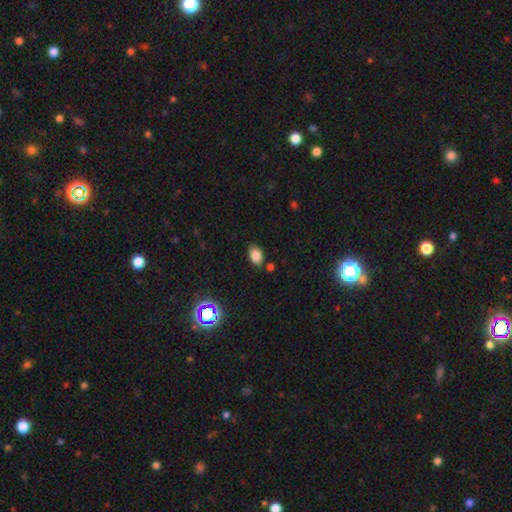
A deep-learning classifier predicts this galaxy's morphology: Smooth or featured: smooth — 81% (star or artifact — 12%)
How rounded: in between — 87% (round — 12%)
Merging: none — 81% (minor disturbance — 12%)